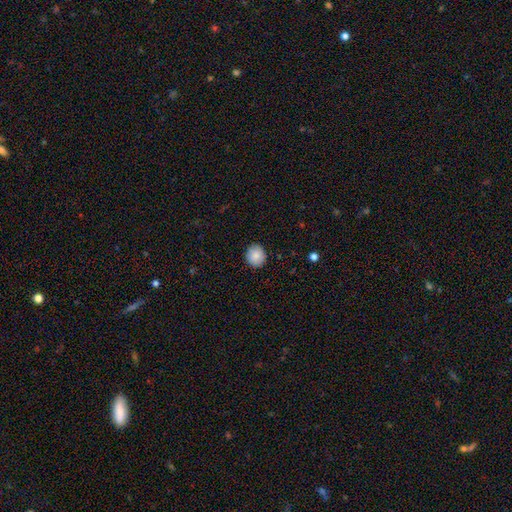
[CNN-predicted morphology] Q: Smooth or featured?
A: smooth (86%); runner-up: star or artifact (8%)
Q: How rounded?
A: round (85%); runner-up: in between (14%)
Q: Merging?
A: none (89%); runner-up: minor disturbance (8%)